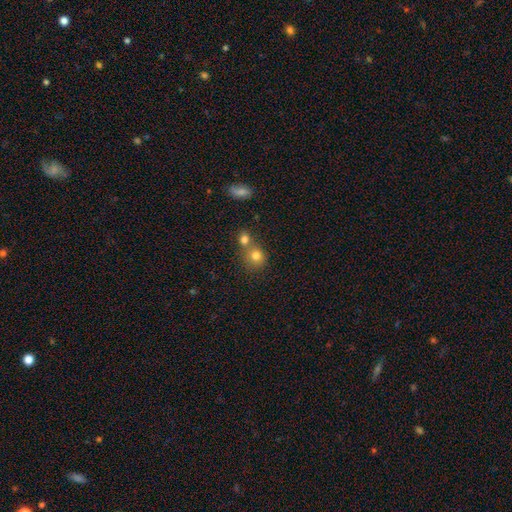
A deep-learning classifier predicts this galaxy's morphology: type=smooth (79%); roundness=round (82%); merging=none (49%).